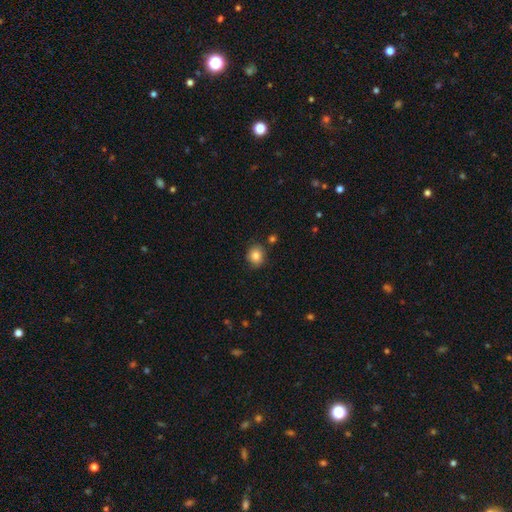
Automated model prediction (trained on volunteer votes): The model was most divided on "how rounded": round: 75%, in between: 24%, cigar-shaped: 1%. More confident: smooth or featured — smooth (84%); merging — none (81%).